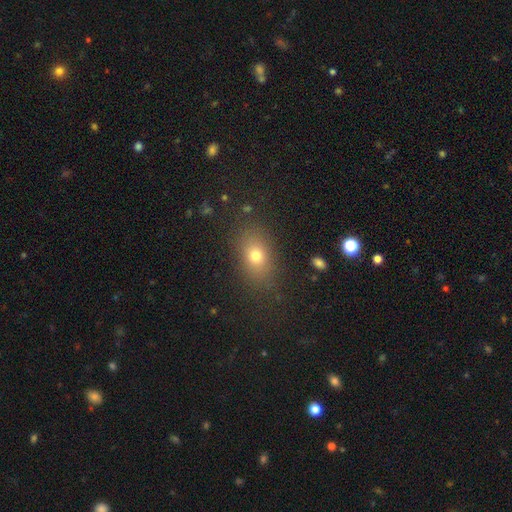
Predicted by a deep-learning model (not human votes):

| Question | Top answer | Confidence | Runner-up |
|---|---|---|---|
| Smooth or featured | smooth | 73% | star or artifact (15%) |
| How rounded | in between | 74% | round (23%) |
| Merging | none | 84% | minor disturbance (10%) |